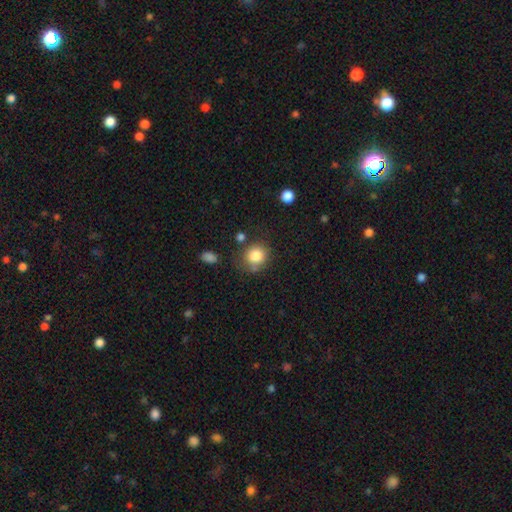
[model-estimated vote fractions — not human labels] Smooth or featured? smooth (83%)
How rounded? round (83%)
Merging? none (68%)